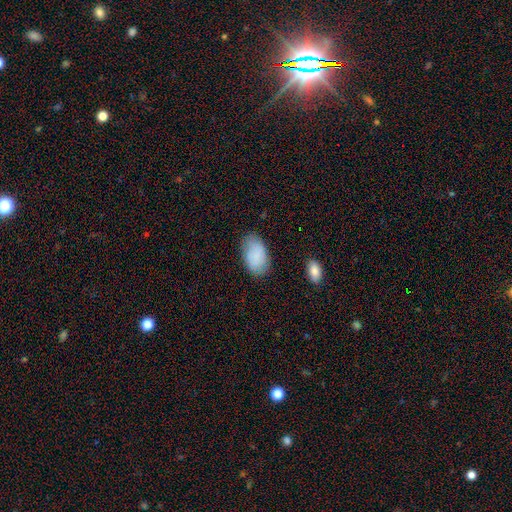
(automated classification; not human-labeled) A smooth galaxy with no disk features (85%) that is in between round and cigar-shaped (94%).

Vote fractions:
- Smooth or featured? smooth: 85% / featured or disk: 8% / star or artifact: 7%
- How rounded? in between: 94% / round: 5% / cigar-shaped: 1%
- Merging? none: 77% / minor disturbance: 18% / major disturbance: 4% / merger: 2%